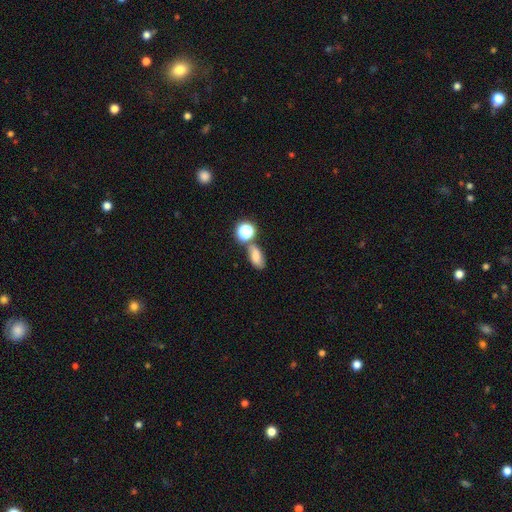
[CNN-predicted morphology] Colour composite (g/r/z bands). It shows a smooth galaxy with no disk features (71%) that is in between round and cigar-shaped (78%). Merging: none (56%).